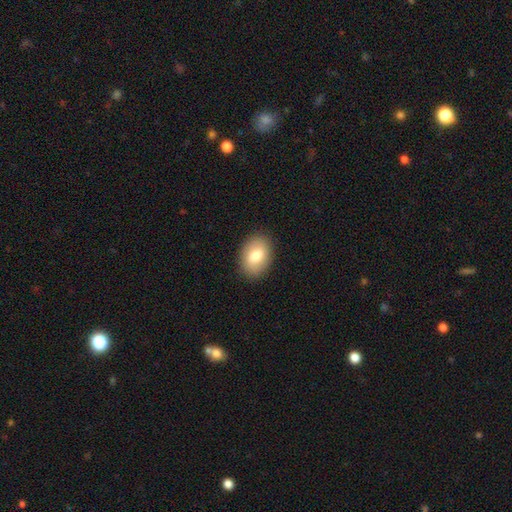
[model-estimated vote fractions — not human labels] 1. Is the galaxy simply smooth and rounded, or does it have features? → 78% smooth, 14% featured or disk, 7% star or artifact.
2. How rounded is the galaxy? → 83% in between, 16% round, 1% cigar-shaped.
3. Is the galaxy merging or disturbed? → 88% none, 9% minor disturbance, 2% major disturbance, 1% merger.